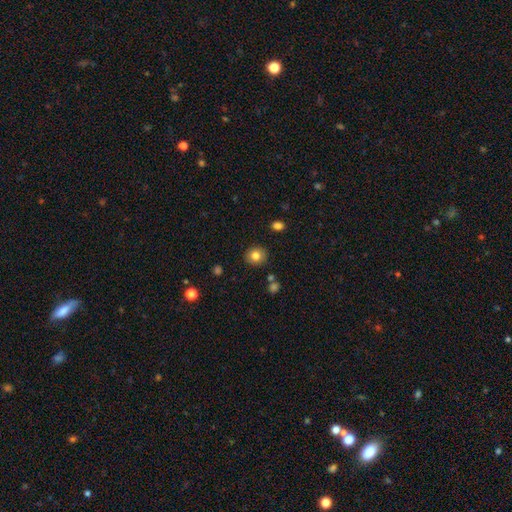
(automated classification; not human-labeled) A smooth galaxy with no disk features (81%) that is round (83%). Merging: none (88%).